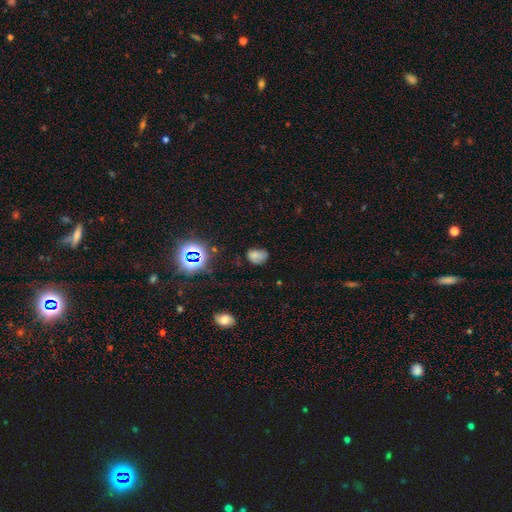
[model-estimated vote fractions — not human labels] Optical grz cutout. It shows a smooth galaxy with no disk features (64%) that is in between round and cigar-shaped (70%). Merging: none (53%).